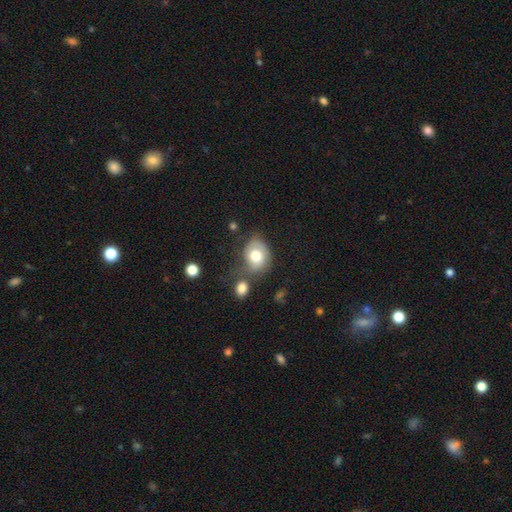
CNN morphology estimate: The model was most divided on "how rounded": in between: 52%, round: 47%, cigar-shaped: 1%. Remaining: smooth or featured — smooth (68%); merging — none (39%).